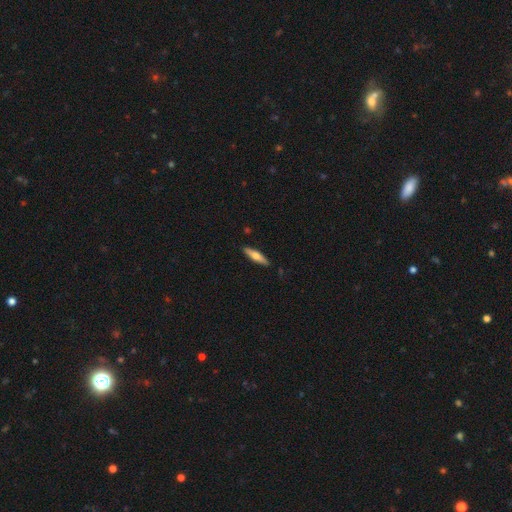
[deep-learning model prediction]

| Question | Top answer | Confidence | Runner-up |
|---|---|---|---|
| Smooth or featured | smooth | 56% | featured or disk (39%) |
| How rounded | cigar-shaped | 77% | in between (21%) |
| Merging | none | 89% | minor disturbance (8%) |